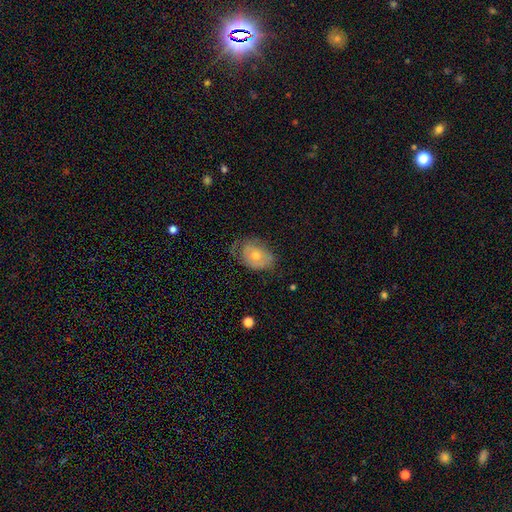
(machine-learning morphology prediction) Smooth or featured? featured or disk (50%)
Merging? none (51%)